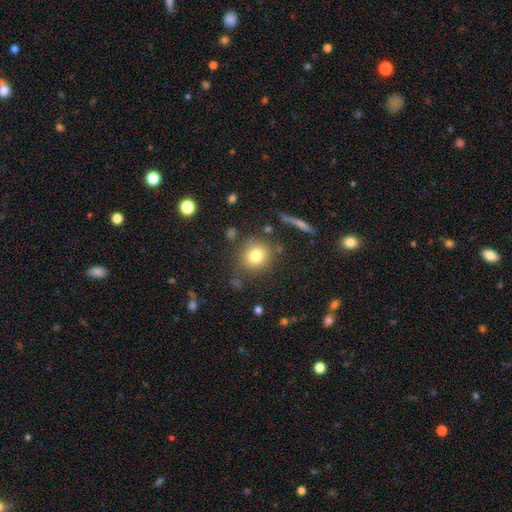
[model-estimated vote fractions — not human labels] Morphology: type=smooth (78%); roundness=round (88%); merging=none (80%).